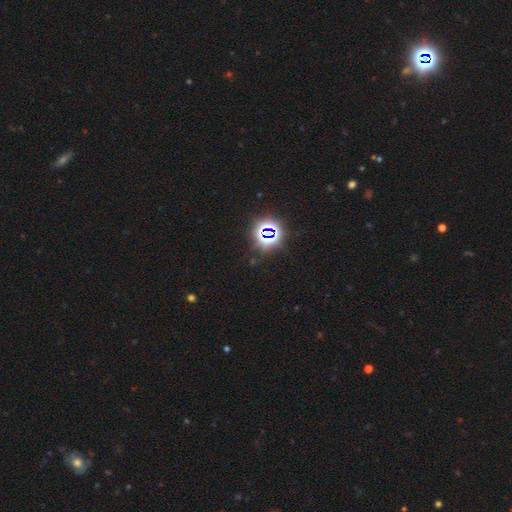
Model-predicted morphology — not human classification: Q: Smooth or featured?
A: star or artifact (80%); runner-up: smooth (13%)